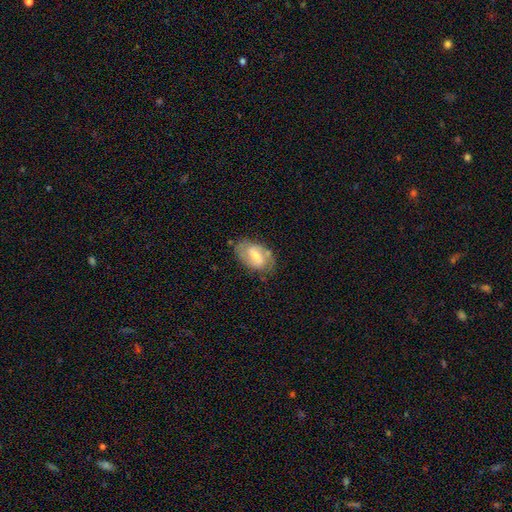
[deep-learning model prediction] Smooth or featured? Predicted: featured or disk (p=0.62). Edge-on disk? Predicted: no (p=0.95). Bar? Predicted: weak (p=0.51). Spiral arms? Predicted: yes (p=0.79). Bulge size? Predicted: moderate (p=0.51). Merging? Predicted: none (p=0.69).